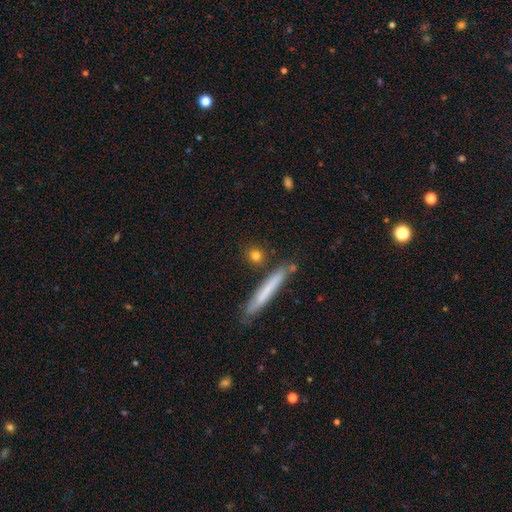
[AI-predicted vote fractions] Smooth or featured? smooth (80%)
How rounded? round (55%)
Merging? none (82%)